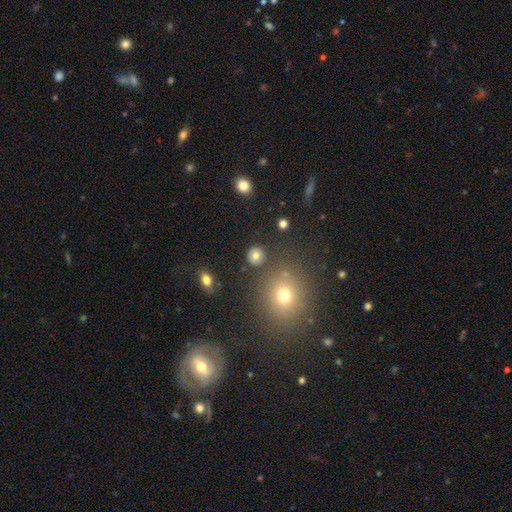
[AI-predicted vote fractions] Smooth or featured: smooth — 78% (star or artifact — 14%)
How rounded: round — 88% (in between — 11%)
Merging: none — 86% (minor disturbance — 8%)